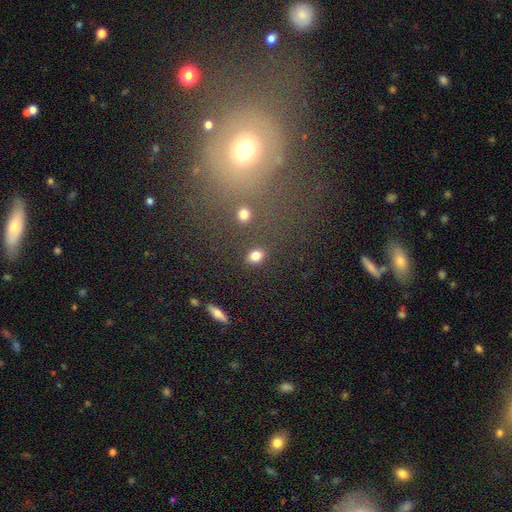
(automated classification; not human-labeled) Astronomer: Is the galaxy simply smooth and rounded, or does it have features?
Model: smooth — 82%.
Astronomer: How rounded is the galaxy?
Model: in between — 64%.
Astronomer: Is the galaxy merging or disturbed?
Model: none — 82%.